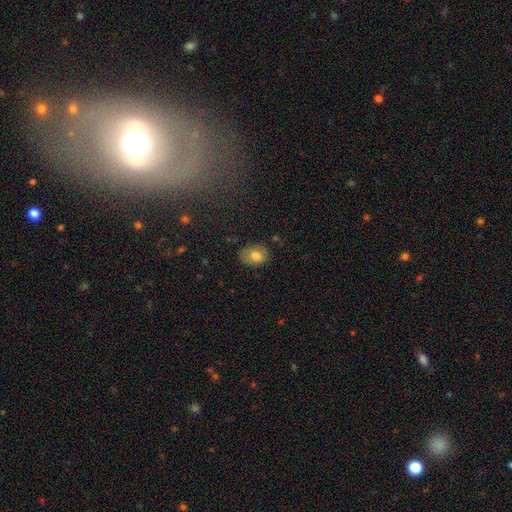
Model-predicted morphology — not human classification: Smooth or featured? smooth (77%)
How rounded? in between (76%)
Merging? none (76%)